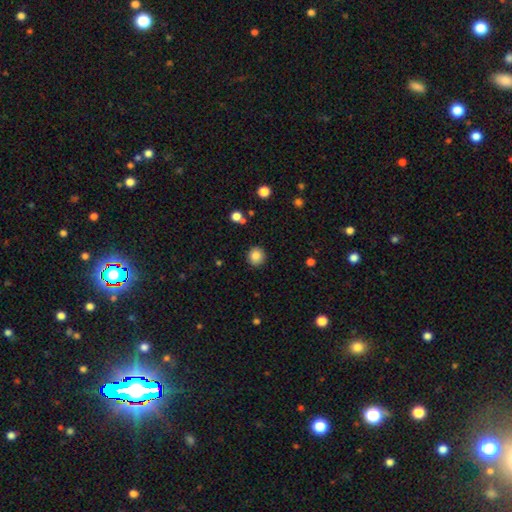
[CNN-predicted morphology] smooth 85%, star or artifact 10%, featured or disk 5%. Down the decision tree: how rounded — round (92%); merging — none (90%).